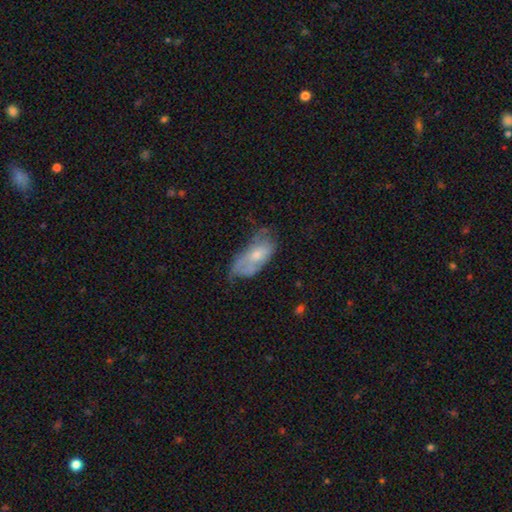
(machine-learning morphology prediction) This appears to be a smooth galaxy with no disk features (51%) that is in between round and cigar-shaped (89%). Merging: minor disturbance (36%).